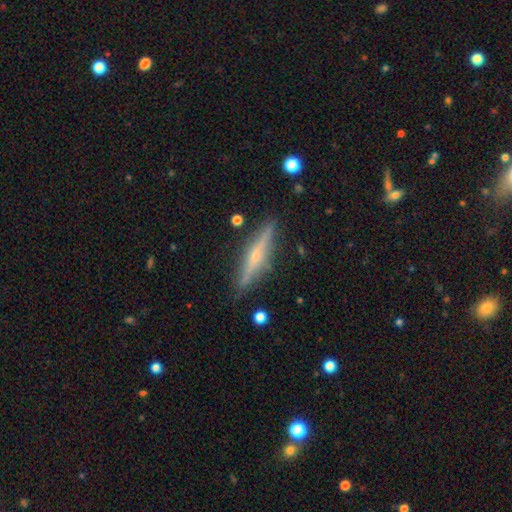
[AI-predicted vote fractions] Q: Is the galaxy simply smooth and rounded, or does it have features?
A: featured or disk — 72%.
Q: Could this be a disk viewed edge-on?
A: yes — 96%.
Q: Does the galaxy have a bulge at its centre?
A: rounded — 80%.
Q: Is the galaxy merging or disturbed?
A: none — 88%.